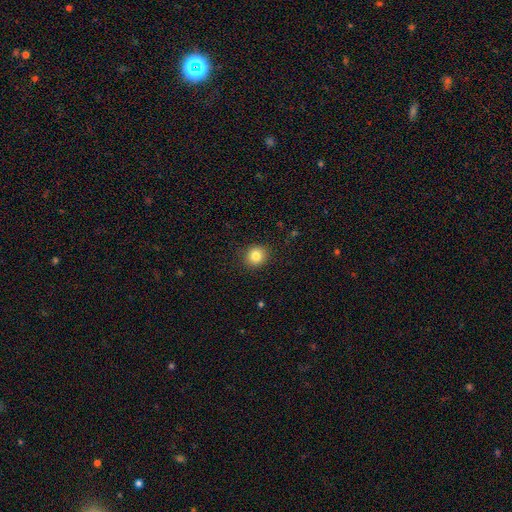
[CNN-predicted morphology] This appears to be a smooth galaxy with no disk features (83%) that is round (83%). Merging: none (90%).